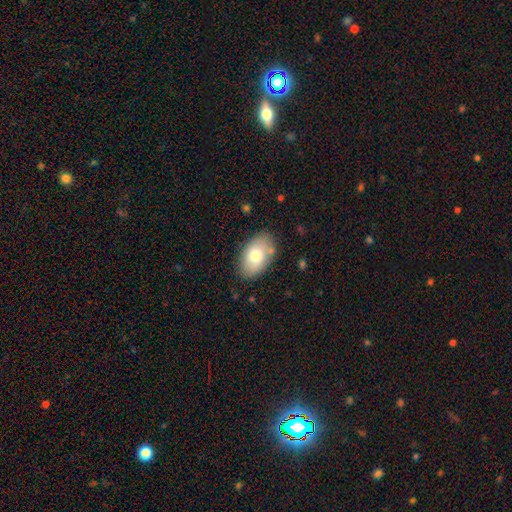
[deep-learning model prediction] Morphology: type=smooth (74%); roundness=in between (92%); merging=none (81%).